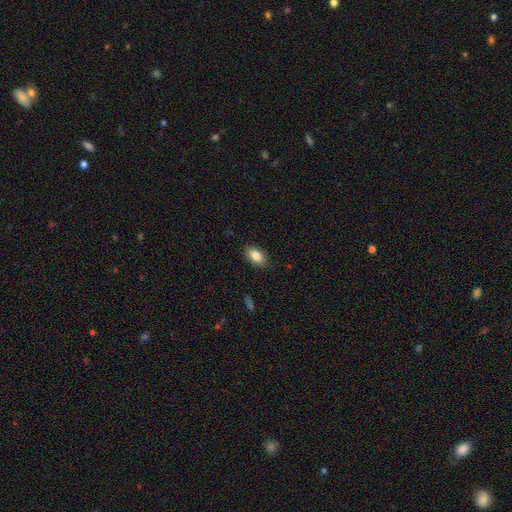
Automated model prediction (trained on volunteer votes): Smooth or featured? Predicted: smooth (p=0.84). How rounded? Predicted: in between (p=0.90). Merging? Predicted: none (p=0.87).